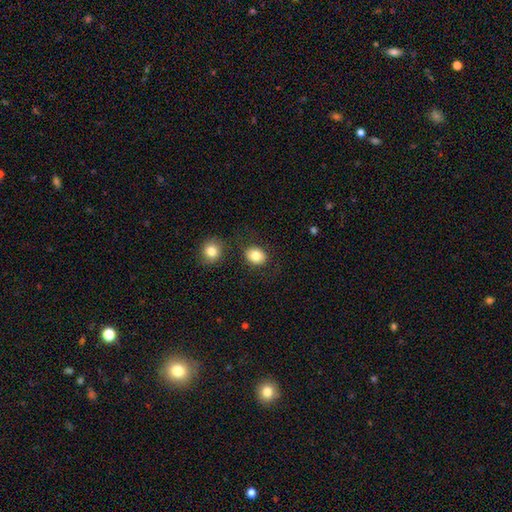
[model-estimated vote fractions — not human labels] Morphology: type=smooth (82%); roundness=round (58%); merging=none (81%).